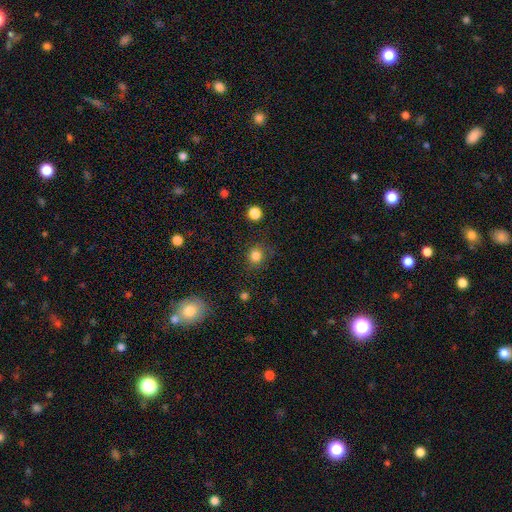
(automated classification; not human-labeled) Smooth or featured? smooth (82%)
How rounded? round (88%)
Merging? none (82%)